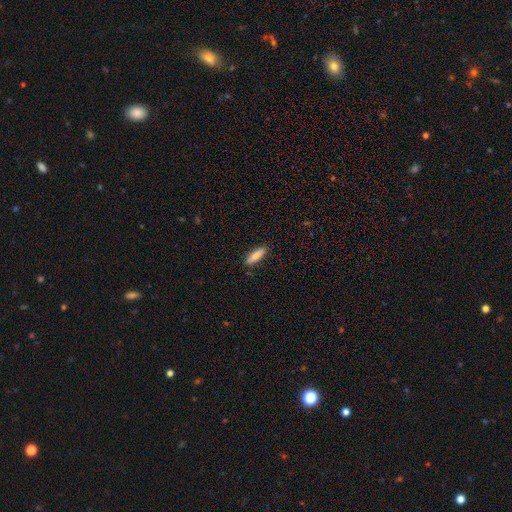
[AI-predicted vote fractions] smooth 85%, featured or disk 9%, star or artifact 6%. Down the decision tree: how rounded — cigar-shaped (60%); merging — none (86%).